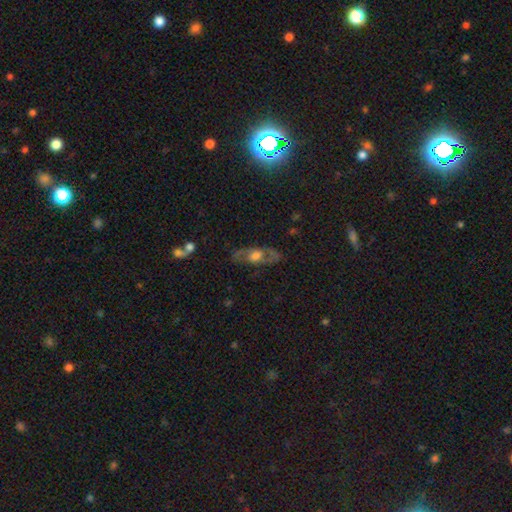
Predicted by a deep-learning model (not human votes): Smooth or featured? Predicted: featured or disk (p=0.61). Edge-on disk? Predicted: no (p=0.71). Merging? Predicted: none (p=0.74).